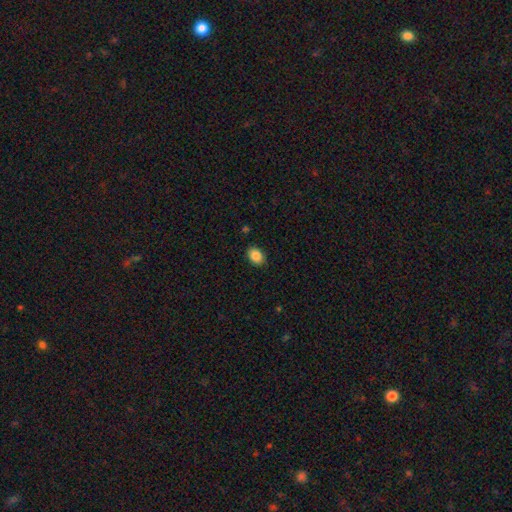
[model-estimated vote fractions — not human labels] smooth 87%, star or artifact 8%, featured or disk 5%. Down the decision tree: how rounded — in between (73%); merging — none (88%).